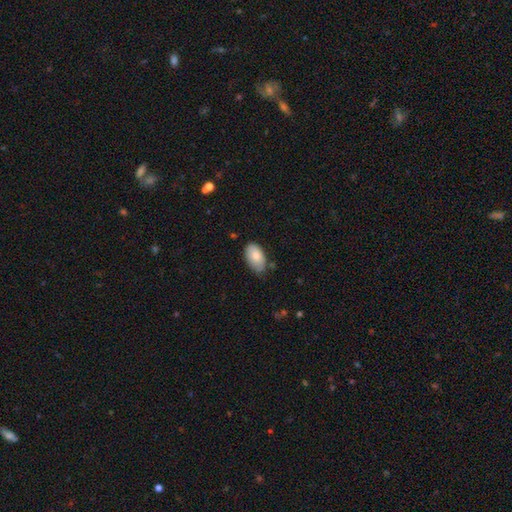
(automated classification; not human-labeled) This appears to be a smooth galaxy with no disk features (80%) that is in between round and cigar-shaped (94%). Merging: none (63%).